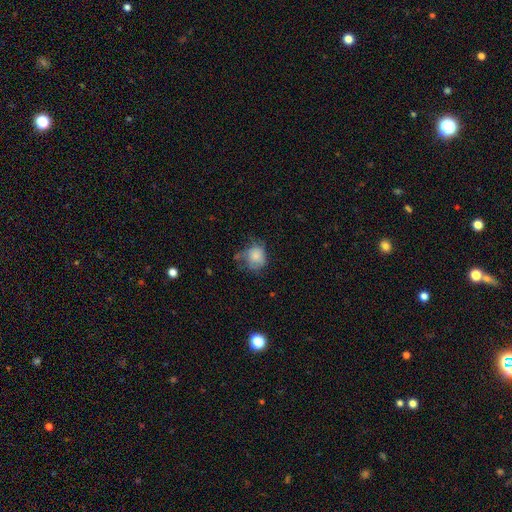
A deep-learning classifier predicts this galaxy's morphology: Overall: smooth (70%). How rounded: round (62%; in between 37%). Merging: none (35%; minor disturbance 32%).